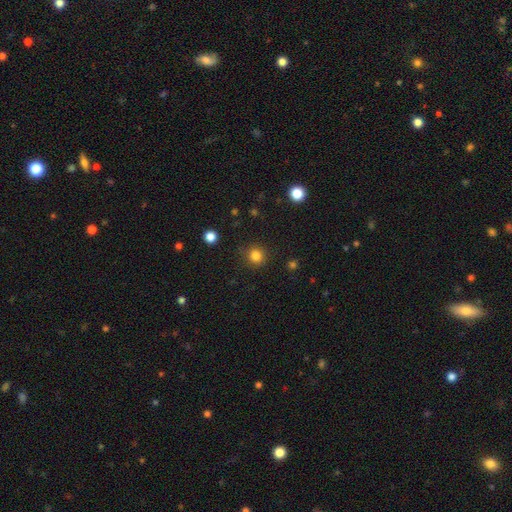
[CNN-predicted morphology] Smooth or featured: smooth — 83% (star or artifact — 13%)
How rounded: round — 93% (in between — 6%)
Merging: none — 88% (minor disturbance — 8%)